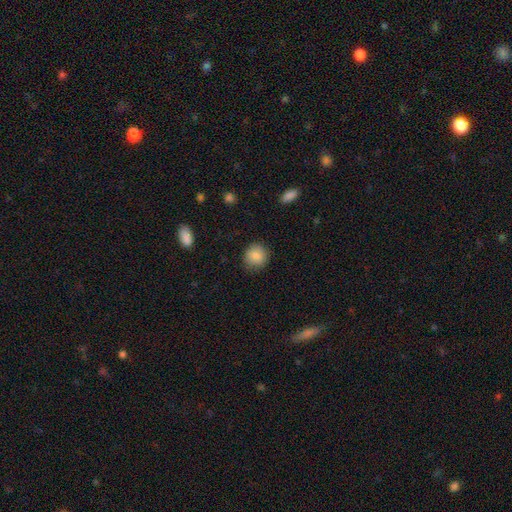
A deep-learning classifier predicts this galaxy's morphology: This is clearly a smooth galaxy (86%). How rounded: clearly round (87%). Merging: clearly none (85%).